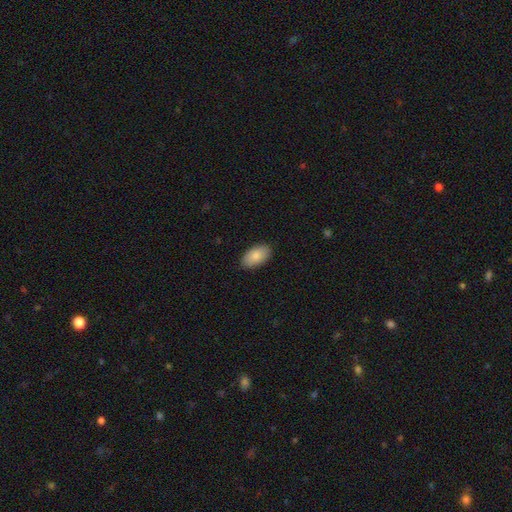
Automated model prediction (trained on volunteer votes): Q: Smooth or featured?
A: smooth (86%); runner-up: featured or disk (8%)
Q: How rounded?
A: in between (95%); runner-up: round (3%)
Q: Merging?
A: none (89%); runner-up: minor disturbance (9%)